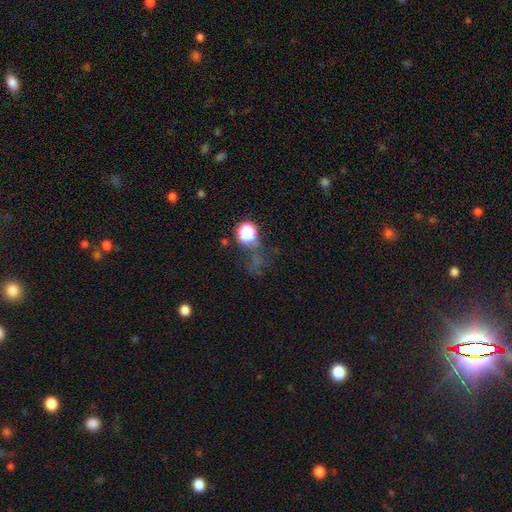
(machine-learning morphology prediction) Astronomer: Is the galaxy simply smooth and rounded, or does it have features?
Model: star or artifact — 55% (runner-up: smooth, 34%).